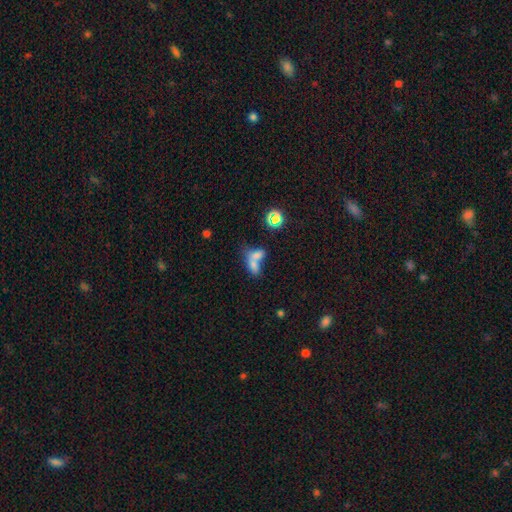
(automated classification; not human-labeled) This is likely a smooth galaxy (68%). How rounded: likely in between (76%). Merging: likely merger (69%).